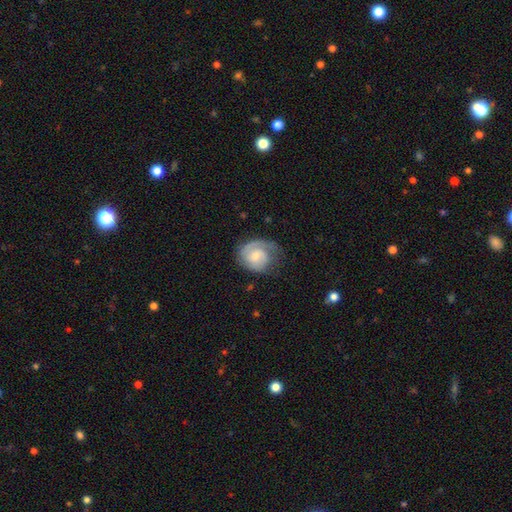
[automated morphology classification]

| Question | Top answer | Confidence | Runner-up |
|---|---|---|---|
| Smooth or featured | featured or disk | 75% | smooth (20%) |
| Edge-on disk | no | 98% | yes (2%) |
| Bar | no | 60% | weak (35%) |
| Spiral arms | yes | 93% | no (7%) |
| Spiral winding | tight | 53% | medium (35%) |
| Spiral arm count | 2 | 43% | 1 (37%) |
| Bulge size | small | 50% | moderate (44%) |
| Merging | none | 57% | minor disturbance (26%) |